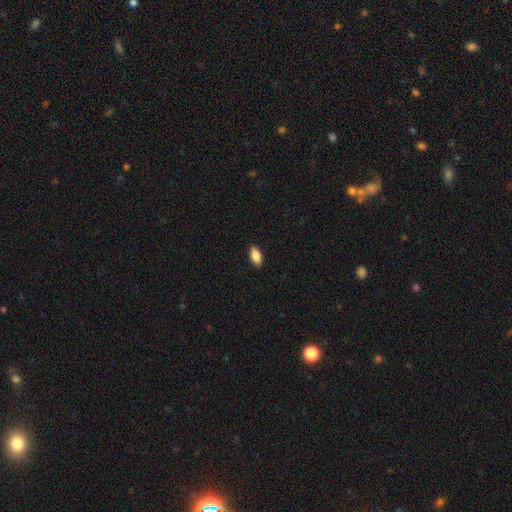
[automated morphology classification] This appears to be a smooth galaxy with no disk features (85%) that is in between round and cigar-shaped (90%). Merging: none (89%).